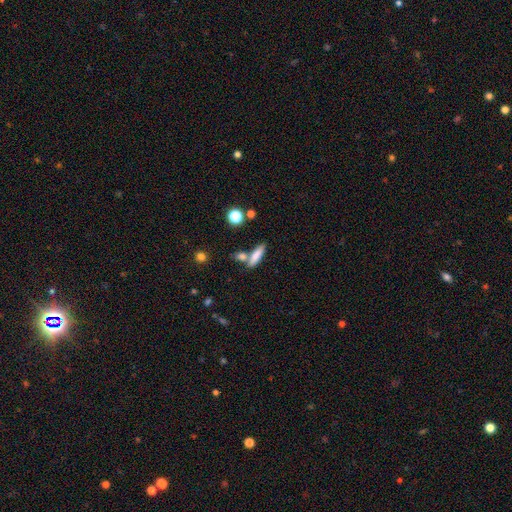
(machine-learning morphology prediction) Q: Smooth or featured?
A: smooth (79%); runner-up: featured or disk (13%)
Q: How rounded?
A: cigar-shaped (62%); runner-up: in between (34%)
Q: Merging?
A: none (60%); runner-up: merger (24%)